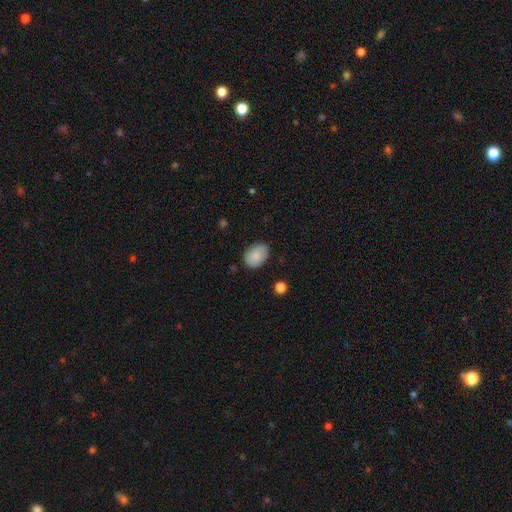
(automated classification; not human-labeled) This appears to be a smooth galaxy with no disk features (85%) that is in between round and cigar-shaped (78%). Merging: none (80%).